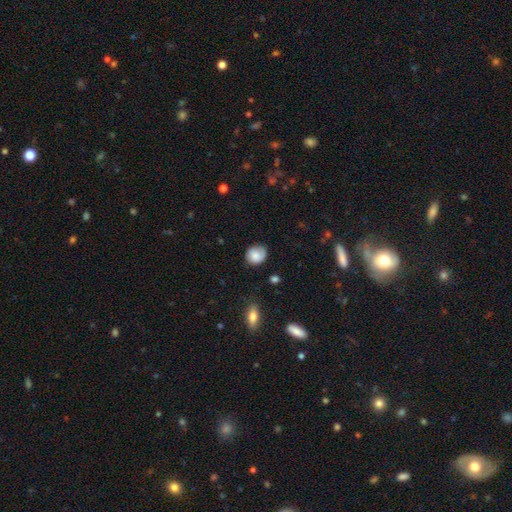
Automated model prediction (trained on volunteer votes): Overall: smooth (81%). How rounded: round (70%). Merging: none (72%).